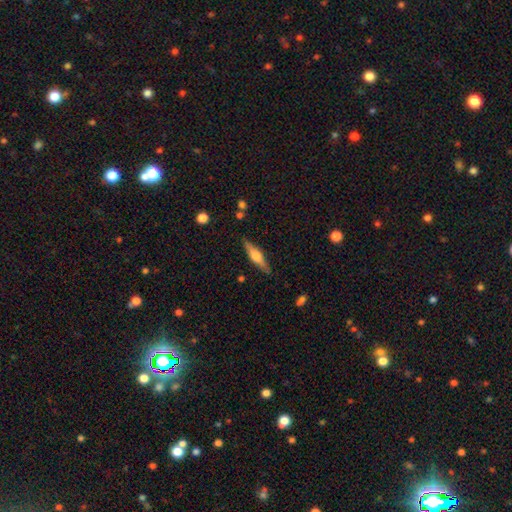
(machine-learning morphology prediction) Smooth or featured? Predicted: featured or disk (p=0.58). Edge-on disk? Predicted: yes (p=0.96). Edge-on bulge? Predicted: rounded (p=0.83). Merging? Predicted: none (p=0.87).